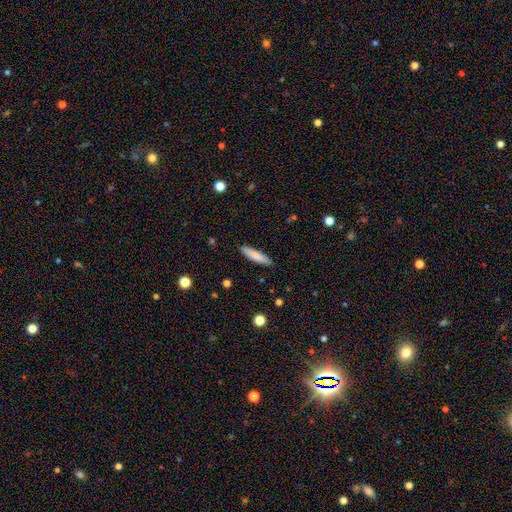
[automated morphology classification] smooth 81%, featured or disk 13%, star or artifact 6%. Down the decision tree: how rounded — cigar-shaped (78%); merging — none (89%).